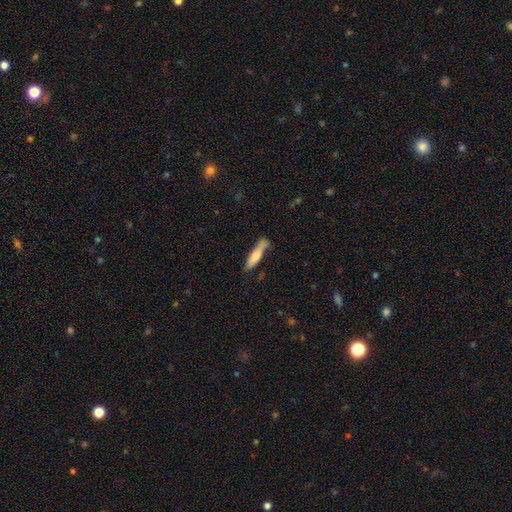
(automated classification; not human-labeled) This is likely a smooth galaxy (68%). How rounded: clearly cigar-shaped (83%). Merging: likely none (65%).